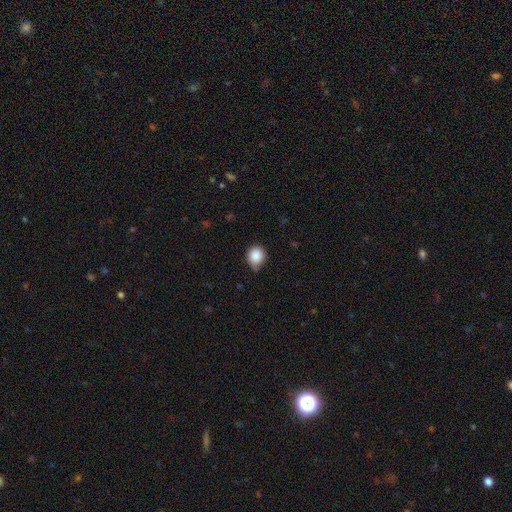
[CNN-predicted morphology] Smooth or featured?
  - smooth: 86% *
  - star or artifact: 9%
  - featured or disk: 5%
How rounded?
  - round: 75% *
  - in between: 24%
  - cigar-shaped: 1%
Merging?
  - none: 61% *
  - minor disturbance: 32%
  - major disturbance: 5%
  - merger: 2%